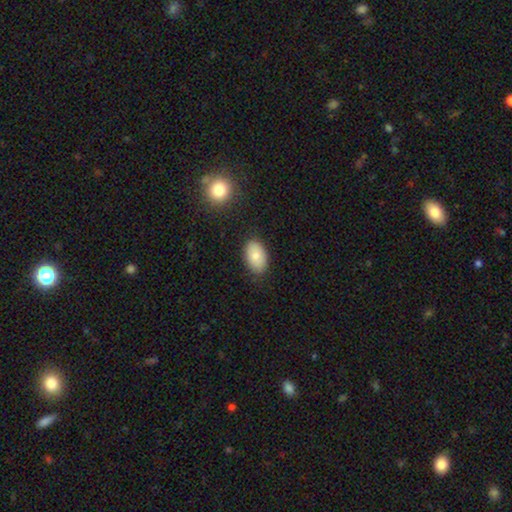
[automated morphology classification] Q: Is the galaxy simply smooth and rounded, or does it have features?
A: smooth — 80%.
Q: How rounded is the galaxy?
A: in between — 91%.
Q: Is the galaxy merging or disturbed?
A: none — 85%.